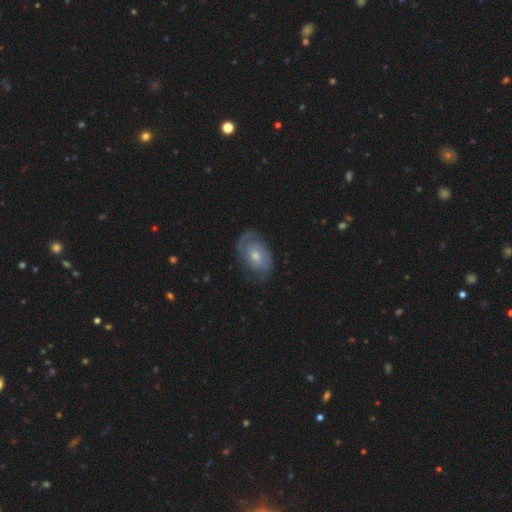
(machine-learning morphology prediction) type=featured or disk (73%); edge-on=no (96%); bar=no (73%); spiral arms=yes (88%); winding=tight (52%); arm count=2 (54%); bulge=moderate (52%); merging=none (72%).